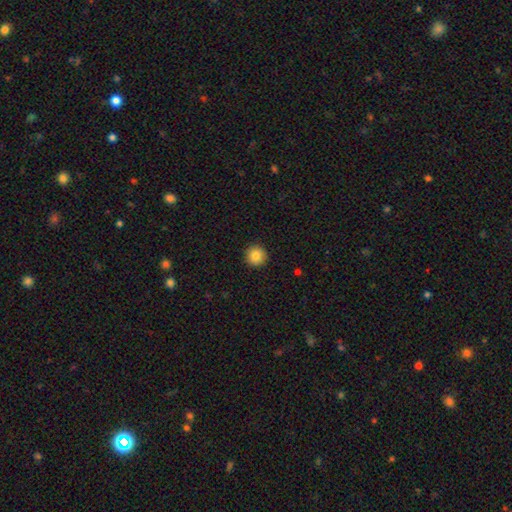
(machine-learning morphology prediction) This appears to be a smooth galaxy with no disk features (85%) that is round (95%). Merging: none (93%).